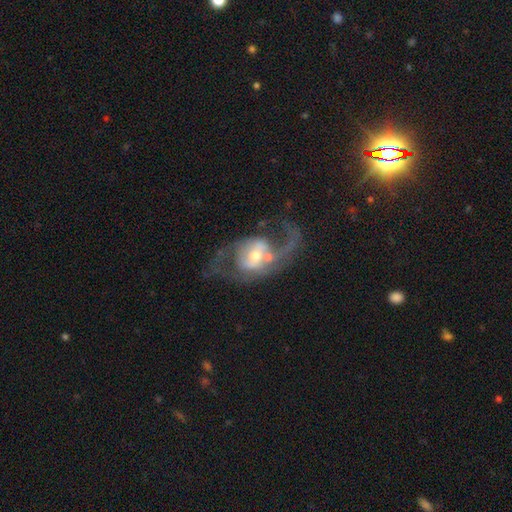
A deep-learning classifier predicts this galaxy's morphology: Smooth or featured? featured or disk (78%)
Edge-on disk? no (96%)
Bar? no (50%)
Spiral arms? yes (78%)
Spiral winding? loose (50%)
Spiral arm count? 2 (77%)
Bulge size? moderate (64%)
Merging? none (43%)